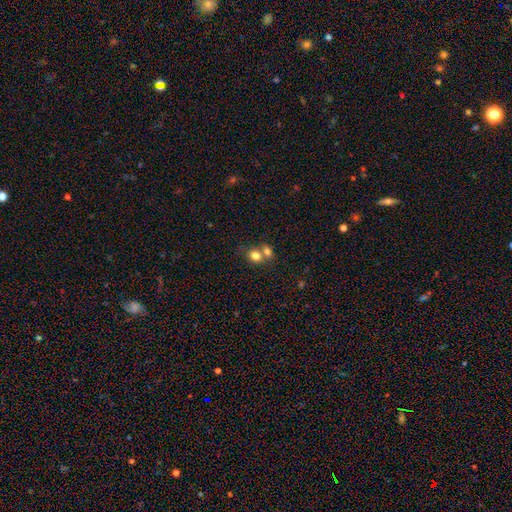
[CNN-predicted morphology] Smooth or featured: smooth — 79% (star or artifact — 10%)
How rounded: round — 54% (in between — 45%)
Merging: merger — 56% (none — 34%)